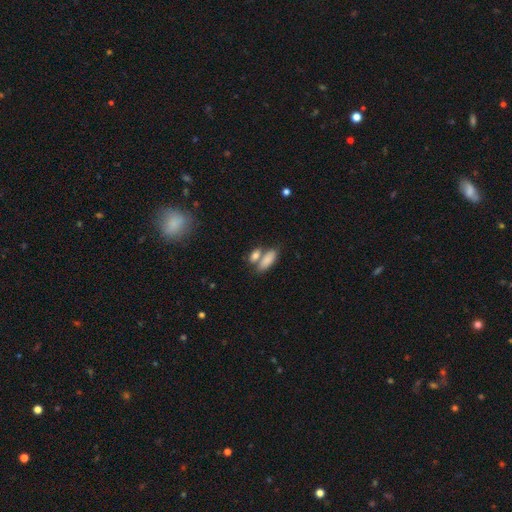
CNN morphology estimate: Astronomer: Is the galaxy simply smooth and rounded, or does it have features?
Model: smooth — 43% (runner-up: star or artifact, 32%).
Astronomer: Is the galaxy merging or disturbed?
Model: none — 59%.